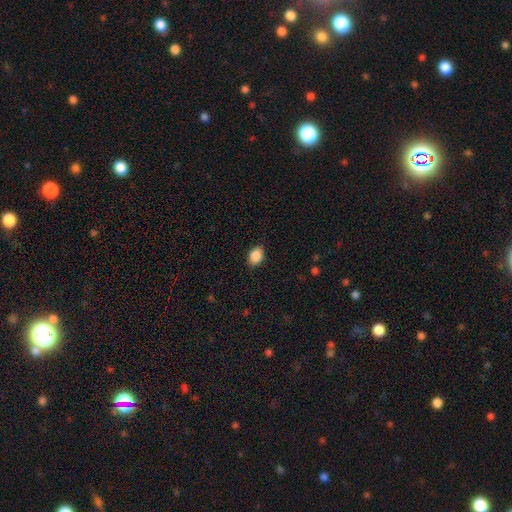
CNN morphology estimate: smooth-or-featured: smooth: 88% | star or artifact: 8% | featured or disk: 4%
  how-rounded: in between: 75% | round: 23% | cigar-shaped: 1%
  merging: none: 86% | minor disturbance: 11% | major disturbance: 2% | merger: 1%